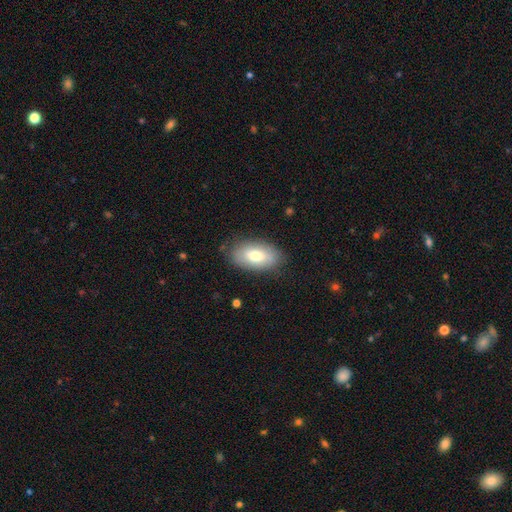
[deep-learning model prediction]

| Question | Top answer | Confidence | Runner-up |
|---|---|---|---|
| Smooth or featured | smooth | 74% | featured or disk (19%) |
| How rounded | in between | 93% | round (4%) |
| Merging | none | 82% | minor disturbance (13%) |